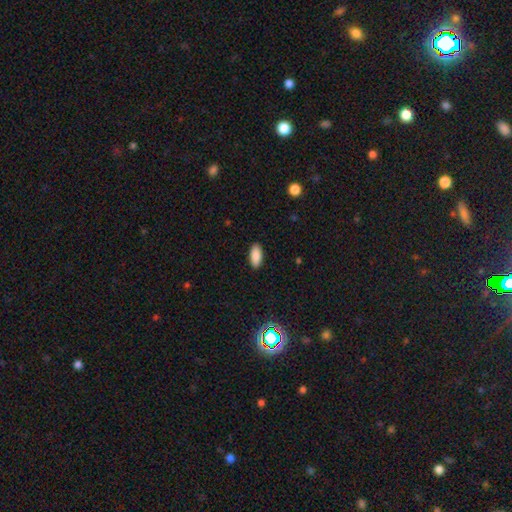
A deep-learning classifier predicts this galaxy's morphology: Smooth or featured: smooth — 89% (star or artifact — 7%)
How rounded: in between — 89% (cigar-shaped — 9%)
Merging: none — 90% (minor disturbance — 7%)